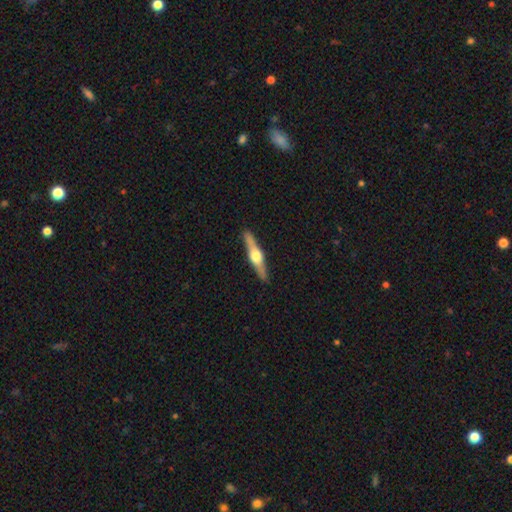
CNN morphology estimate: Overall: featured or disk (77%). Edge-on disk: yes (98%). Edge-on bulge: rounded (95%). Merging: none (91%).